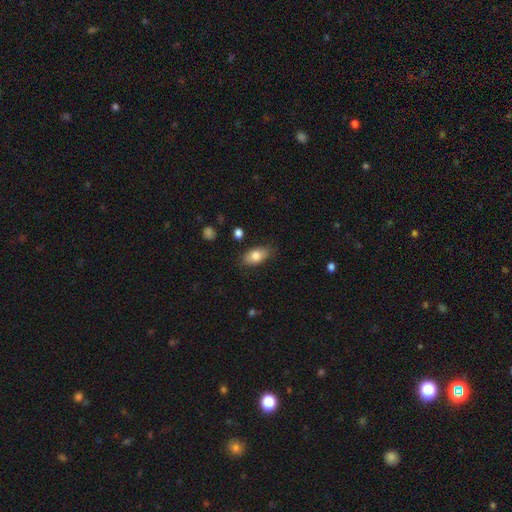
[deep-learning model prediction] A smooth galaxy with no disk features (80%) that is in between round and cigar-shaped (90%).

Vote fractions:
- Smooth or featured? smooth: 80% / featured or disk: 13% / star or artifact: 7%
- How rounded? in between: 90% / round: 6% / cigar-shaped: 4%
- Merging? none: 82% / minor disturbance: 14% / major disturbance: 3% / merger: 2%